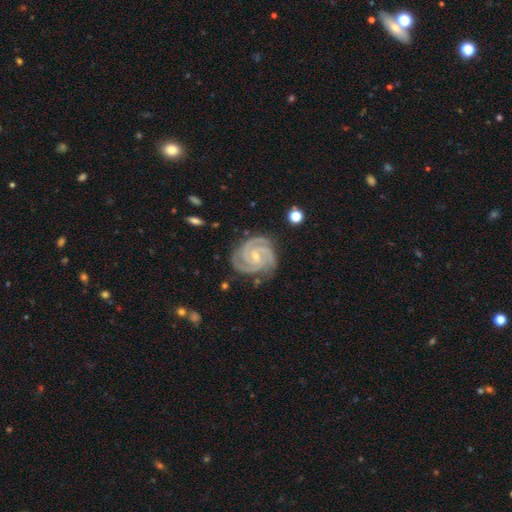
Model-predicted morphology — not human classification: The model was most divided on "bar": no: 48%, weak: 38%, strong: 14%. More confident: spiral arms — yes (99%); edge-on disk — no (98%); smooth or featured — featured or disk (93%); merging — none (79%); spiral winding — tight (75%); bulge size — small (70%); spiral arm count — 3 (53%).